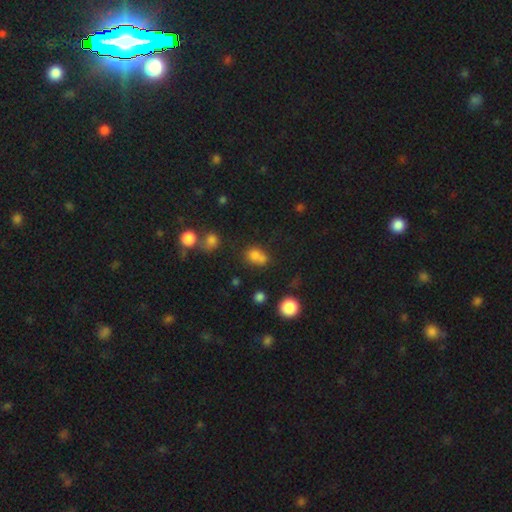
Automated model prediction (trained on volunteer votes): The model was most divided on "merging": none: 40%, merger: 38%, minor disturbance: 15%, major disturbance: 7%. More confident: smooth or featured — smooth (74%); how rounded — in between (55%).